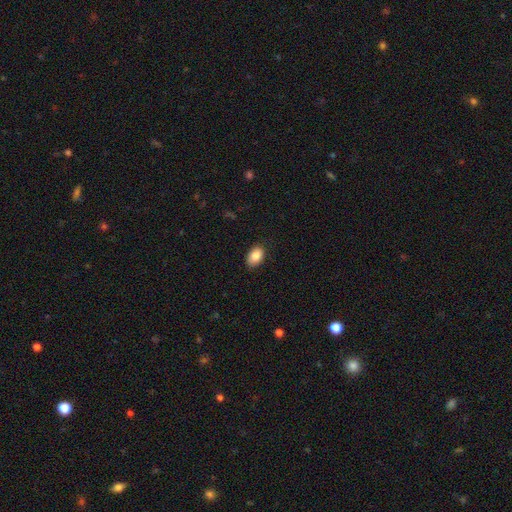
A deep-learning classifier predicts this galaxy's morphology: Q: Smooth or featured?
A: smooth (88%); runner-up: star or artifact (7%)
Q: How rounded?
A: in between (89%); runner-up: round (10%)
Q: Merging?
A: none (84%); runner-up: minor disturbance (13%)